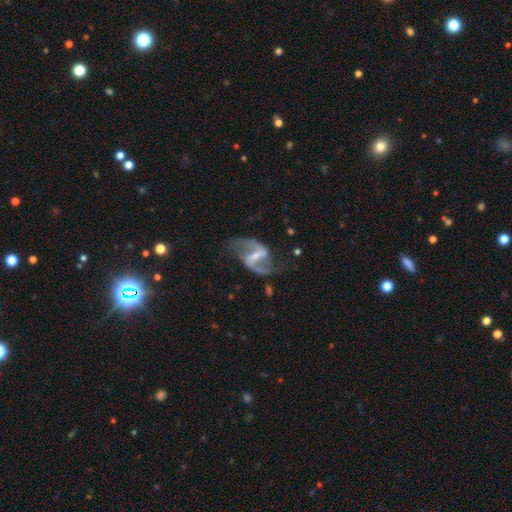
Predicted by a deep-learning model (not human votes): This appears to be a featured or disk galaxy (91%) with a strong bar (58%), 2 (94%) loose (56%) spiral arms (96%) and a small central bulge (60%). Merging: none (75%).